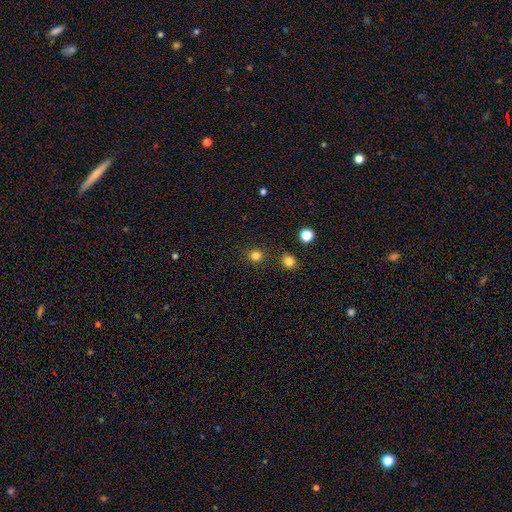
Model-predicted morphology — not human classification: smooth 80%, star or artifact 16%, featured or disk 4%. Down the decision tree: how rounded — round (92%); merging — none (87%).